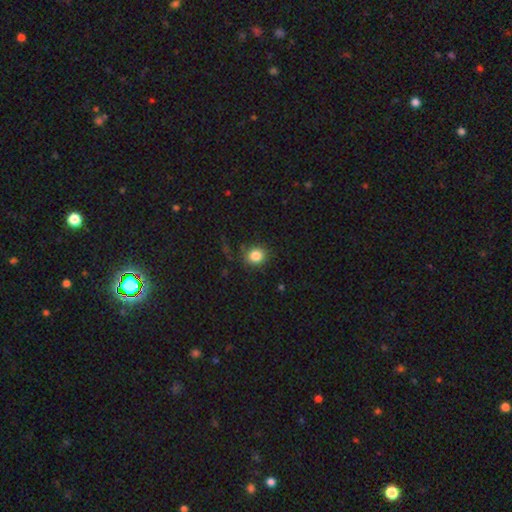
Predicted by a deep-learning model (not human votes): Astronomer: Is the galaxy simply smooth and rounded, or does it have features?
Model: smooth — 84%.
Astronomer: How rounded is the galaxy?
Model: round — 84%.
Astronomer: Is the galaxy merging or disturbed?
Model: none — 84%.